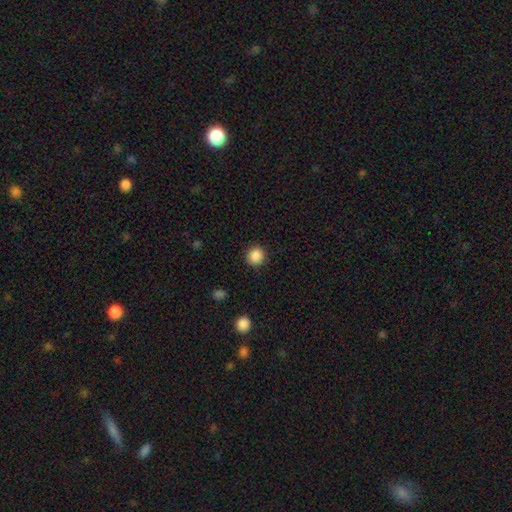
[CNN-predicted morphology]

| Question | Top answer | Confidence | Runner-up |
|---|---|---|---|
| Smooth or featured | smooth | 88% | star or artifact (10%) |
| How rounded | round | 93% | in between (6%) |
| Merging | none | 91% | minor disturbance (6%) |